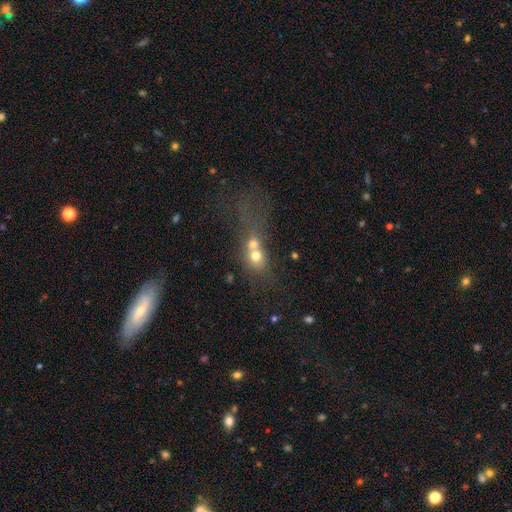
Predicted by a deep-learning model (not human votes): The model was most divided on "how rounded": round: 59%, in between: 36%, cigar-shaped: 5%. More confident: merging — merger (68%); smooth or featured — smooth (61%).